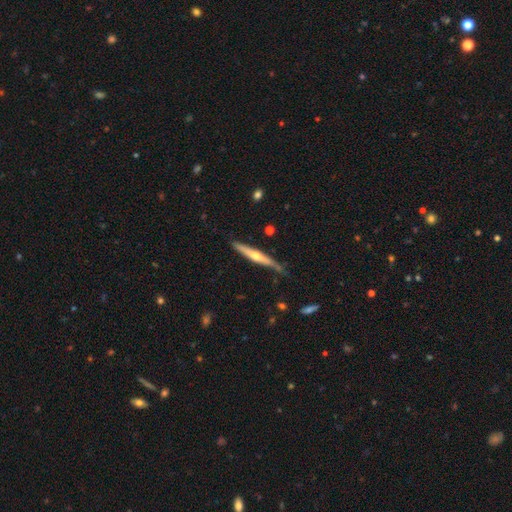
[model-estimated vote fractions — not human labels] Morphology: type=featured or disk (67%); edge-on=yes (97%); edge-on bulge=rounded (85%); merging=none (78%).